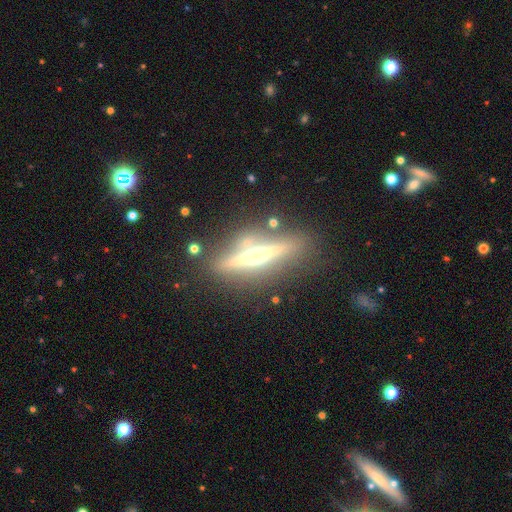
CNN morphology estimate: Smooth or featured? featured or disk (78%)
Edge-on disk? yes (95%)
Edge-on bulge? rounded (93%)
Merging? none (83%)